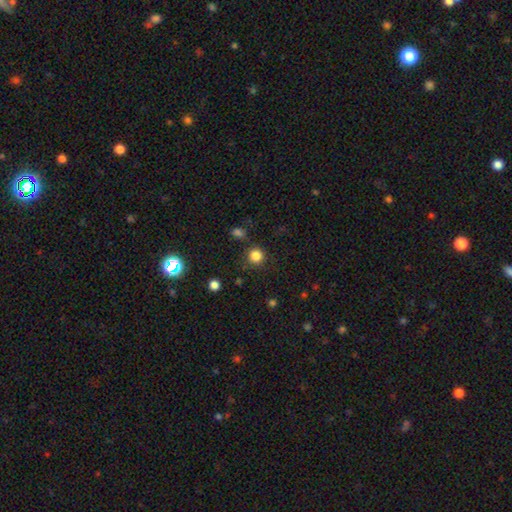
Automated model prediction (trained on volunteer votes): The model was most divided on "smooth or featured": smooth: 82%, star or artifact: 13%, featured or disk: 4%. More confident: how rounded — round (93%); merging — none (83%).